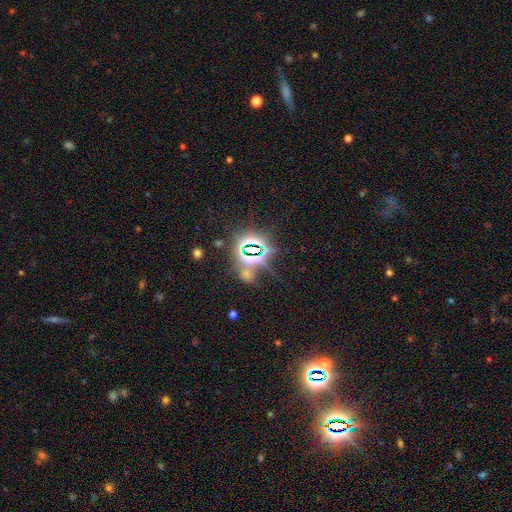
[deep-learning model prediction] Smooth or featured? star or artifact (81%)